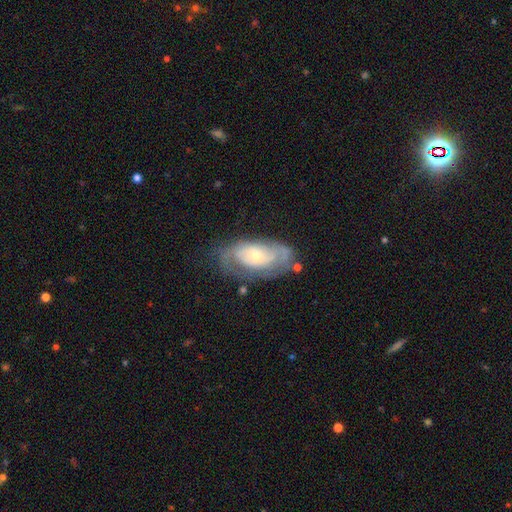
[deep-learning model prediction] Smooth or featured?
  - featured or disk: 70% *
  - smooth: 23%
  - star or artifact: 6%
Edge-on disk?
  - no: 93% *
  - yes: 7%
Bar?
  - no: 78% *
  - weak: 18%
  - strong: 4%
Spiral arms?
  - yes: 75% *
  - no: 25%
Bulge size?
  - small: 62% *
  - moderate: 33%
  - large: 3%
  - none: 1%
  - dominant: 1%
Merging?
  - none: 55% *
  - minor disturbance: 25%
  - major disturbance: 16%
  - merger: 3%